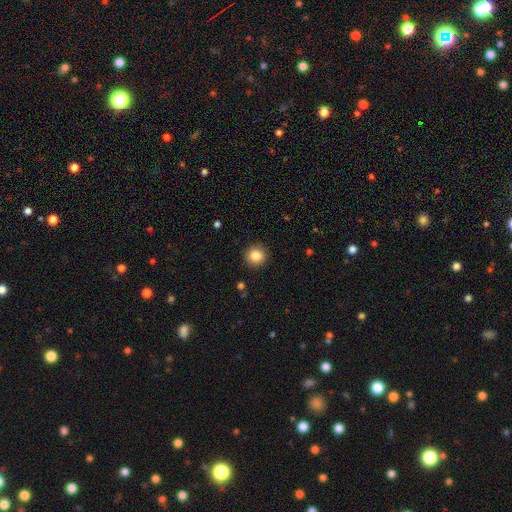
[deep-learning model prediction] A smooth galaxy with no disk features (85%) that is round (94%).

Vote fractions:
- Smooth or featured? smooth: 85% / star or artifact: 10% / featured or disk: 5%
- How rounded? round: 94% / in between: 5% / cigar-shaped: 1%
- Merging? none: 92% / minor disturbance: 5% / major disturbance: 2% / merger: 1%